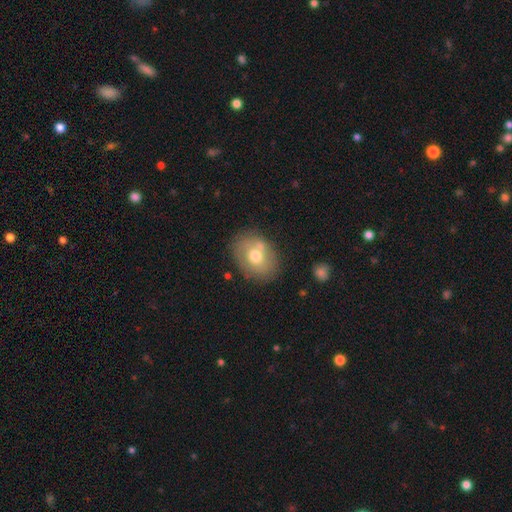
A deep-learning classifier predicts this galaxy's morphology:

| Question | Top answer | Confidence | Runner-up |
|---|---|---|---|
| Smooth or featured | smooth | 61% | featured or disk (30%) |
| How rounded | in between | 64% | round (35%) |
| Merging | none | 68% | minor disturbance (17%) |